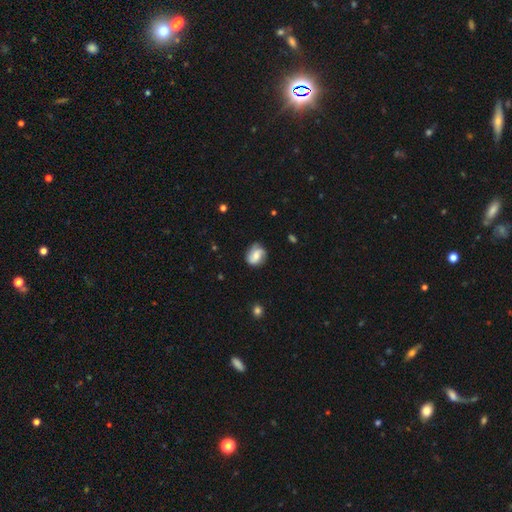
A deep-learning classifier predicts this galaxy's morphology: Smooth or featured? Predicted: featured or disk (p=0.53). Edge-on disk? Predicted: no (p=0.97). Bar? Predicted: no (p=0.45). Spiral arms? Predicted: yes (p=0.87). Bulge size? Predicted: moderate (p=0.52). Merging? Predicted: none (p=0.73).